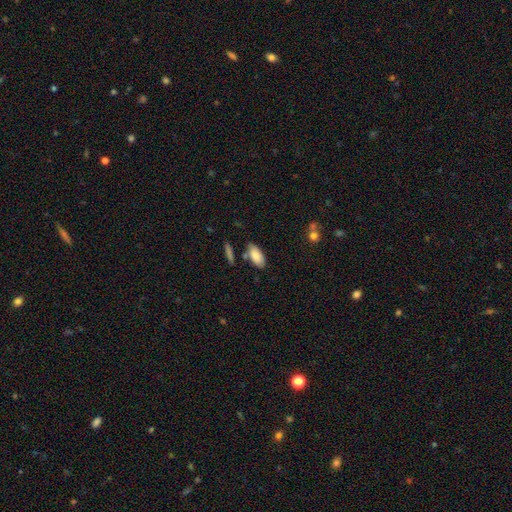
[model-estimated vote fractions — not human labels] A smooth galaxy with no disk features (84%) that is in between round and cigar-shaped (89%). Merging: none (71%).